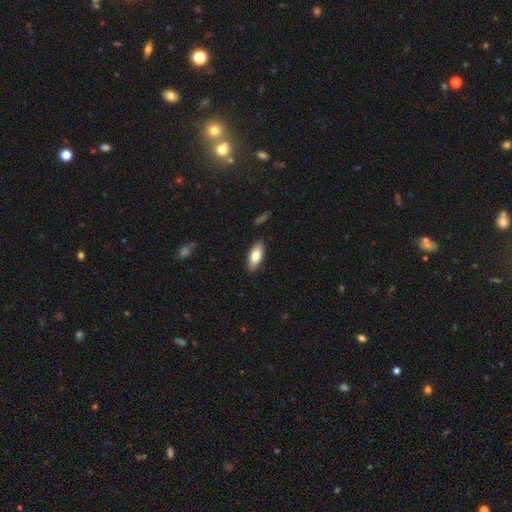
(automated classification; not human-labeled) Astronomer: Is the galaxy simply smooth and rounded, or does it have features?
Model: smooth — 78%.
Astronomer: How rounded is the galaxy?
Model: in between — 82%.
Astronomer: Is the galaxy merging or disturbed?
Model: none — 87%.